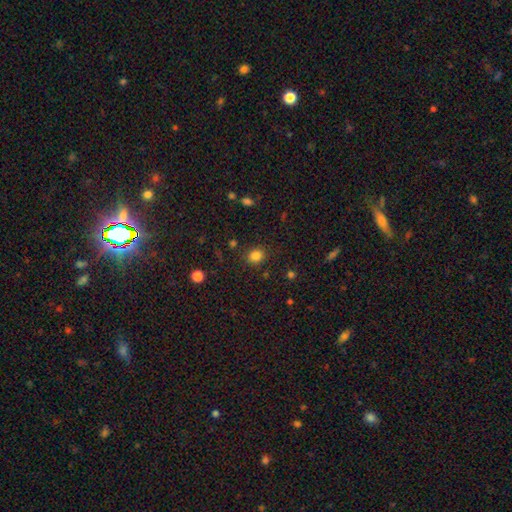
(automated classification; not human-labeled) Smooth or featured? smooth (83%)
How rounded? round (76%)
Merging? none (86%)